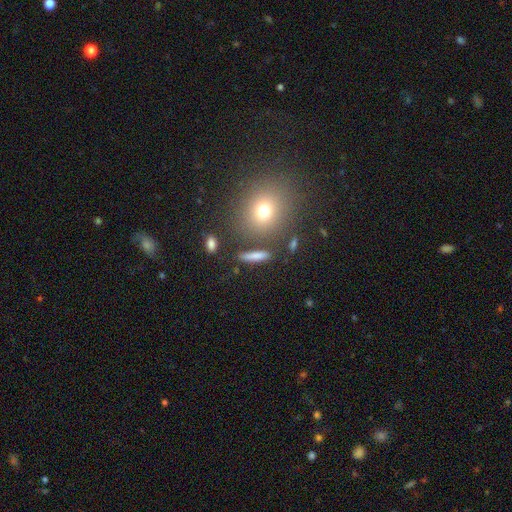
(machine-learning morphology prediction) type=smooth (73%); roundness=cigar-shaped (75%); merging=none (80%).